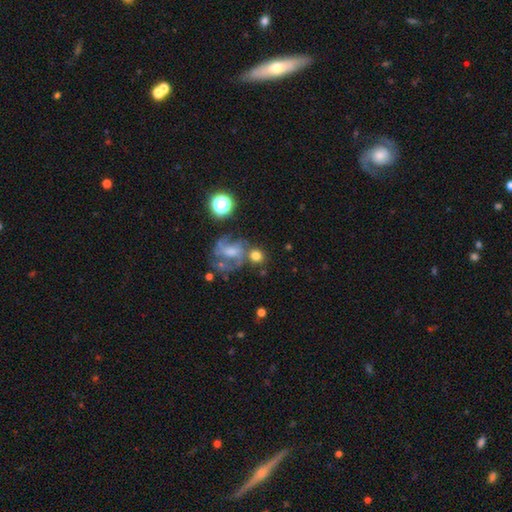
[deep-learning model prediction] The model was most divided on "smooth or featured": smooth: 58%, featured or disk: 26%, star or artifact: 16%. More confident: how rounded — round (77%); merging — none (55%).